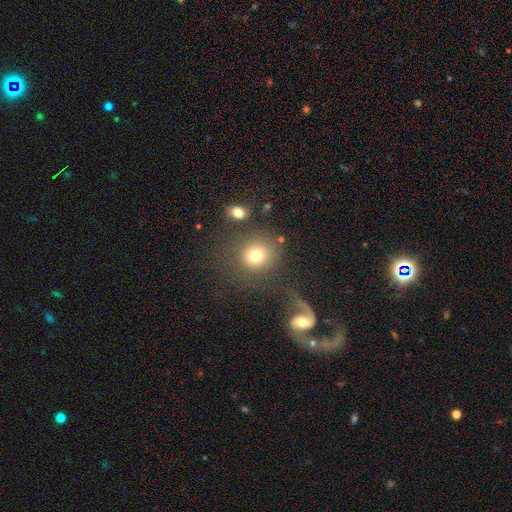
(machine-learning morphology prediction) The model was most divided on "merging": none: 70%, minor disturbance: 12%, merger: 10%, major disturbance: 9%. More confident: how rounded — round (84%); smooth or featured — smooth (75%).